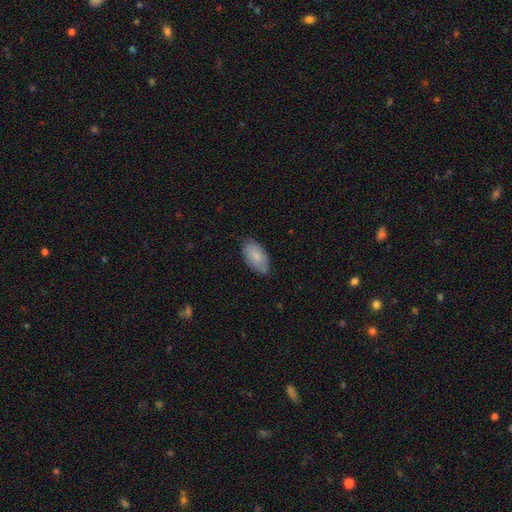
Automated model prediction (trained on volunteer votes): Smooth or featured? smooth (81%)
How rounded? in between (95%)
Merging? none (76%)